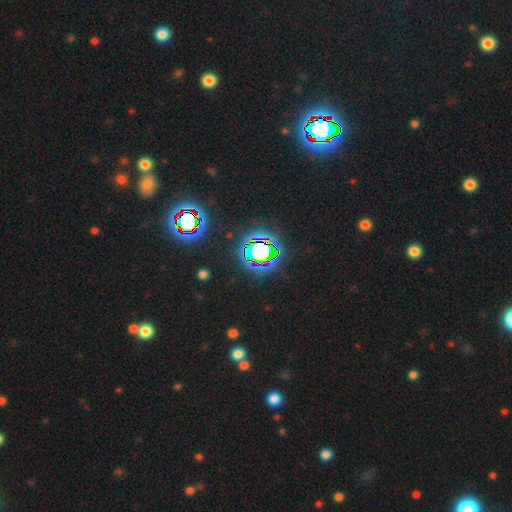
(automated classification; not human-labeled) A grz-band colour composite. It shows a star or artifact, not a galaxy (69%).